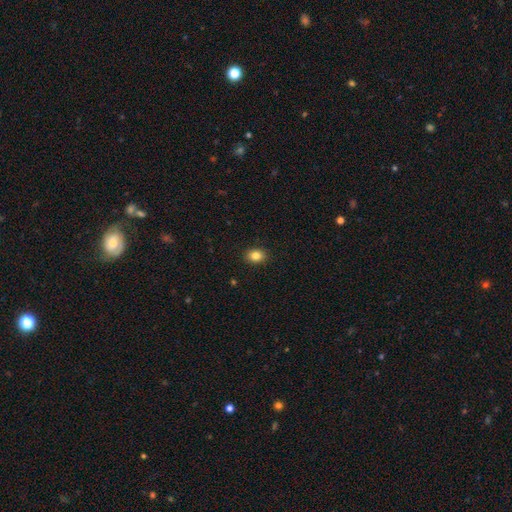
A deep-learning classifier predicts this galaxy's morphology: smooth_or_featured: smooth (p=0.85) [alt: star or artifact p=0.10]
how_rounded: in between (p=0.59) [alt: round p=0.40]
merging: none (p=0.90) [alt: minor disturbance p=0.07]